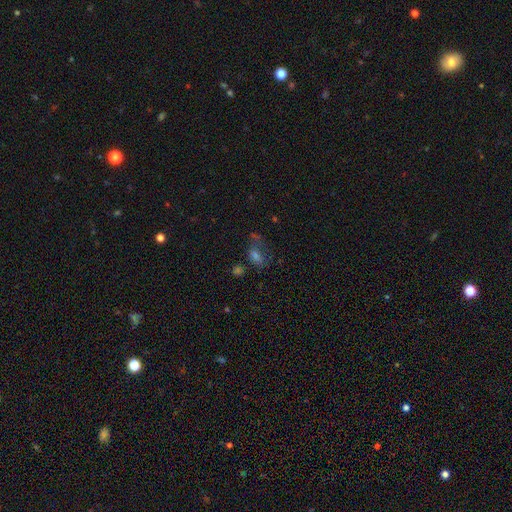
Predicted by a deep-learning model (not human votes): smooth-or-featured: smooth: 48% | star or artifact: 30% | featured or disk: 22%
  merging: none: 44% | major disturbance: 26% | minor disturbance: 20% | merger: 10%